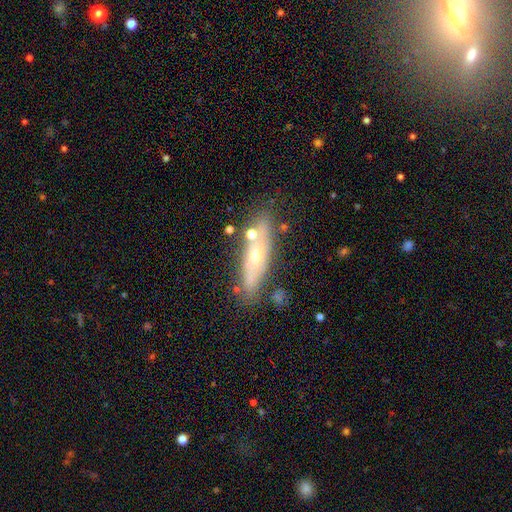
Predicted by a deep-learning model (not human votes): Smooth or featured: featured or disk — 63% (smooth — 27%)
Edge-on disk: yes — 52% (no — 48%)
Merging: none — 67% (minor disturbance — 17%)